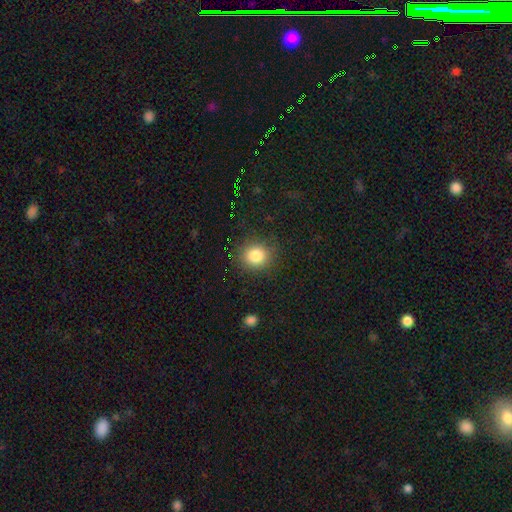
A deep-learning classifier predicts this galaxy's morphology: smooth-or-featured: smooth: 81% | star or artifact: 13% | featured or disk: 6%
  how-rounded: round: 84% | in between: 14% | cigar-shaped: 1%
  merging: none: 86% | minor disturbance: 9% | major disturbance: 3% | merger: 2%